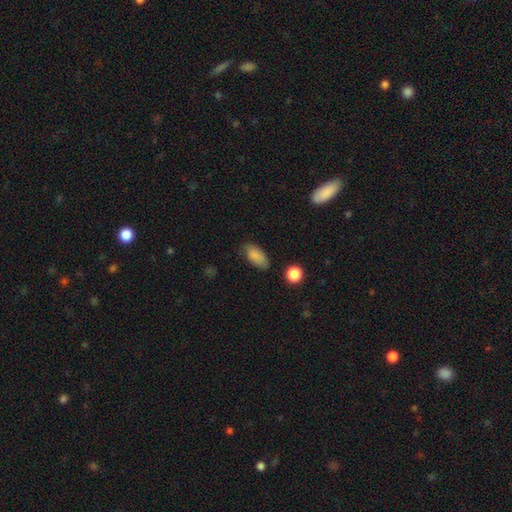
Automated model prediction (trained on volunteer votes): The model was most divided on "merging": none: 72%, minor disturbance: 21%, major disturbance: 5%, merger: 2%. More confident: how rounded — in between (90%); smooth or featured — smooth (85%).